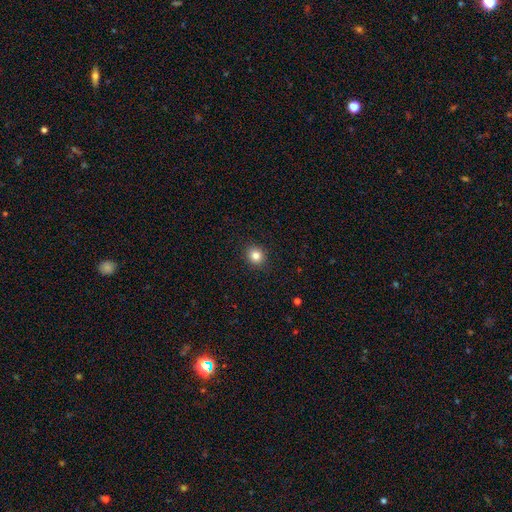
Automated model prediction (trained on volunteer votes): This is clearly a smooth galaxy (83%). How rounded: clearly round (83%). Merging: clearly none (91%).